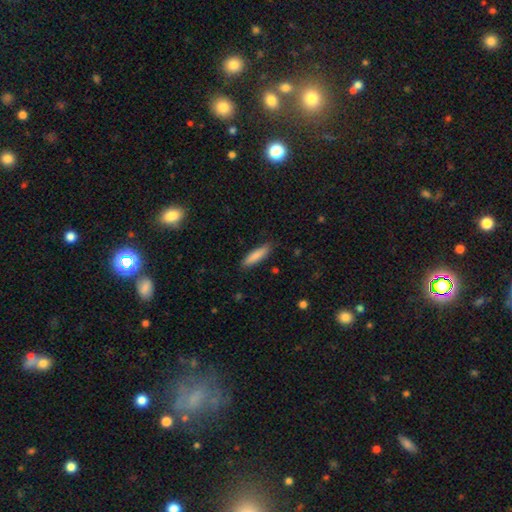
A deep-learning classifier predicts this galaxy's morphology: Smooth or featured? Predicted: smooth (p=0.84). How rounded? Predicted: cigar-shaped (p=0.68). Merging? Predicted: none (p=0.86).